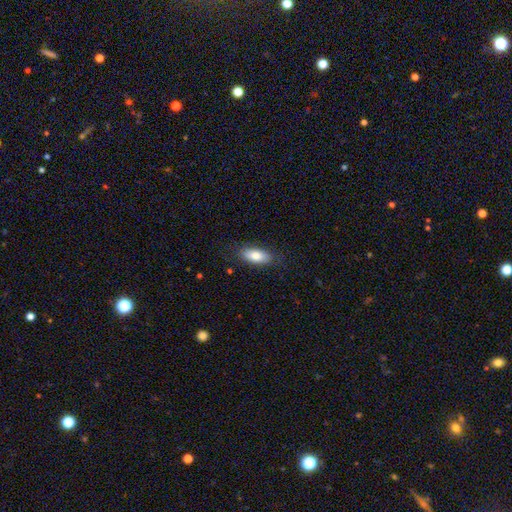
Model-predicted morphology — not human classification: smooth-or-featured: smooth: 79% | featured or disk: 14% | star or artifact: 7%
  how-rounded: in between: 84% | cigar-shaped: 13% | round: 3%
  merging: none: 83% | minor disturbance: 13% | major disturbance: 3% | merger: 1%